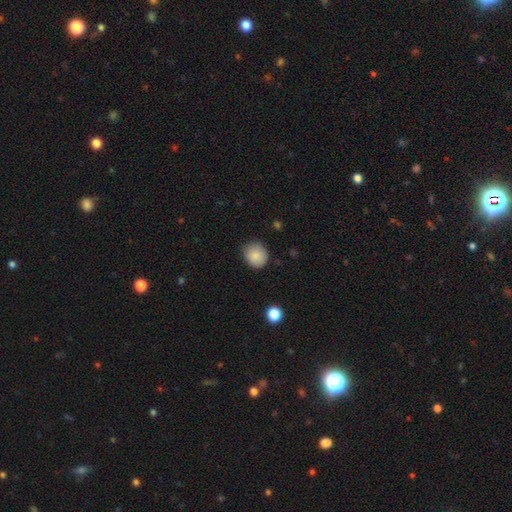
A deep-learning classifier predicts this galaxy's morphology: Overall: smooth (85%). How rounded: round (75%). Merging: none (78%).